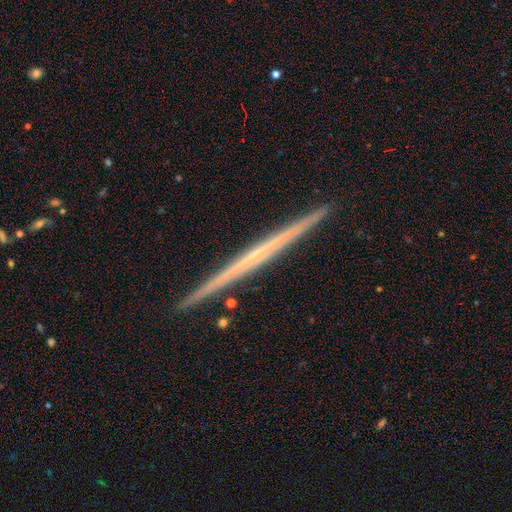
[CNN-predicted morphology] Smooth or featured: featured or disk — 71% (smooth — 23%)
Edge-on disk: yes — 98% (no — 2%)
Edge-on bulge: none — 86% (rounded — 11%)
Merging: none — 93% (minor disturbance — 5%)